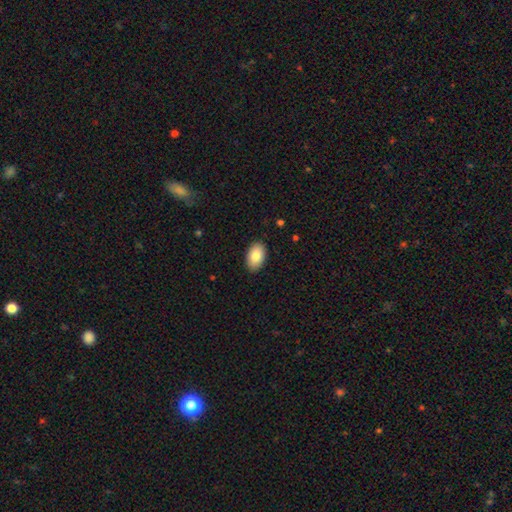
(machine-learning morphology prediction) Overall: smooth (86%). How rounded: in between (94%). Merging: none (89%).